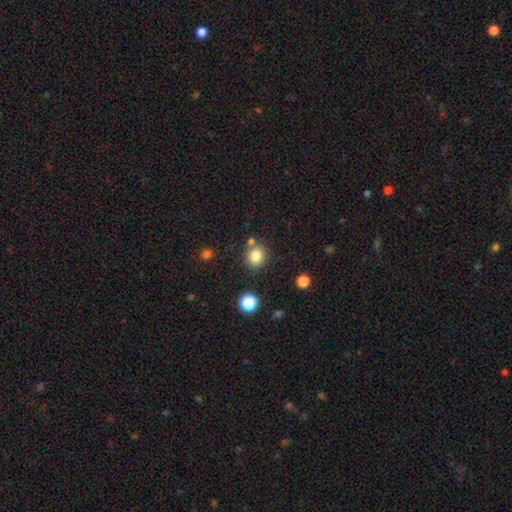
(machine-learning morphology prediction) The model was most divided on "how rounded": round: 80%, in between: 19%, cigar-shaped: 1%. More confident: smooth or featured — smooth (83%); merging — none (77%).